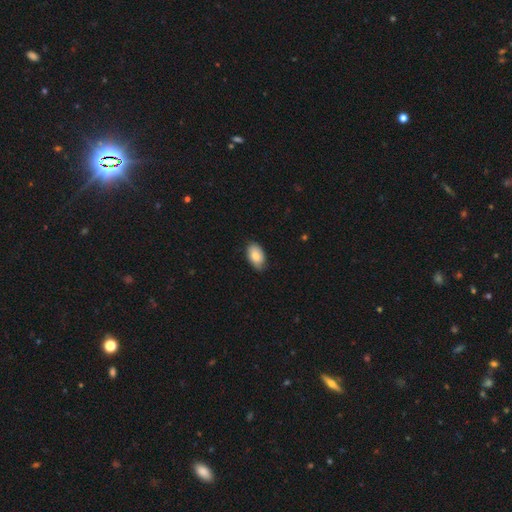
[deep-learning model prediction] A smooth galaxy with no disk features (82%) that is in between round and cigar-shaped (93%). Merging: none (78%).